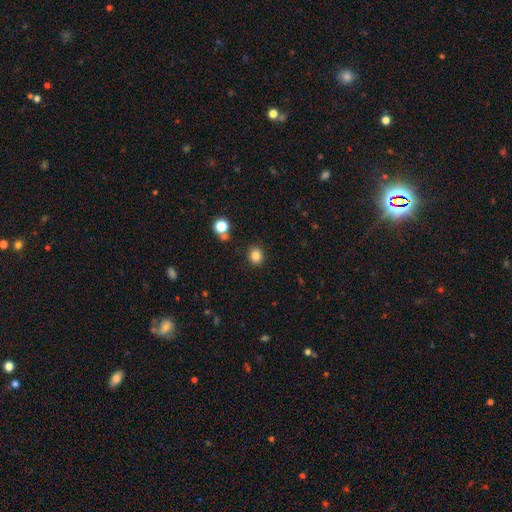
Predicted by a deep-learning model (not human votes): smooth-or-featured: smooth: 83% | star or artifact: 12% | featured or disk: 5%
  how-rounded: round: 79% | in between: 20% | cigar-shaped: 1%
  merging: none: 88% | minor disturbance: 7% | merger: 3% | major disturbance: 2%